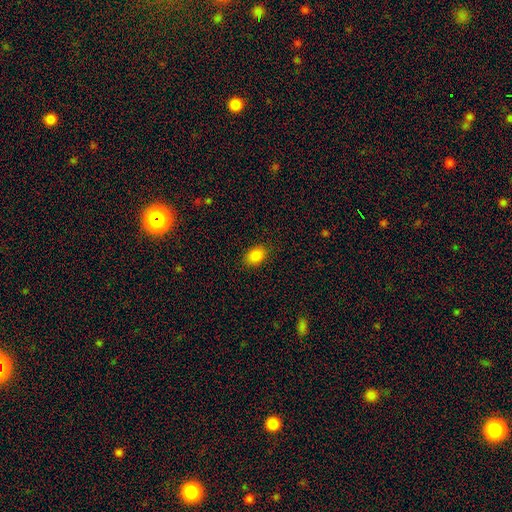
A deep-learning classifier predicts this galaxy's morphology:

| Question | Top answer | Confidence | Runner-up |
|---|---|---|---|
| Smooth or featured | smooth | 86% | star or artifact (9%) |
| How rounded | in between | 83% | round (15%) |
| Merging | none | 88% | minor disturbance (9%) |